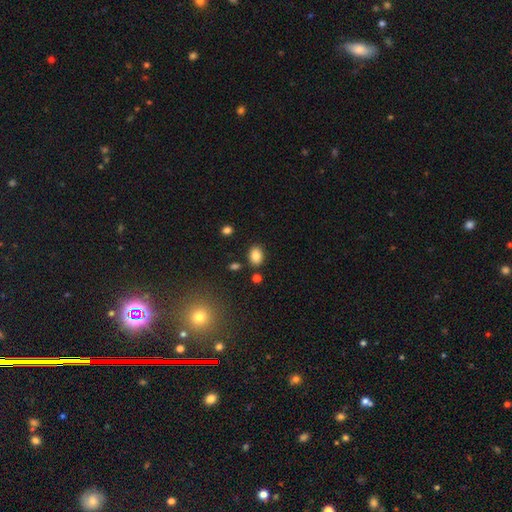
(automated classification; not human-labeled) This is clearly a smooth galaxy (85%). How rounded: likely in between (74%). Merging: clearly none (82%).